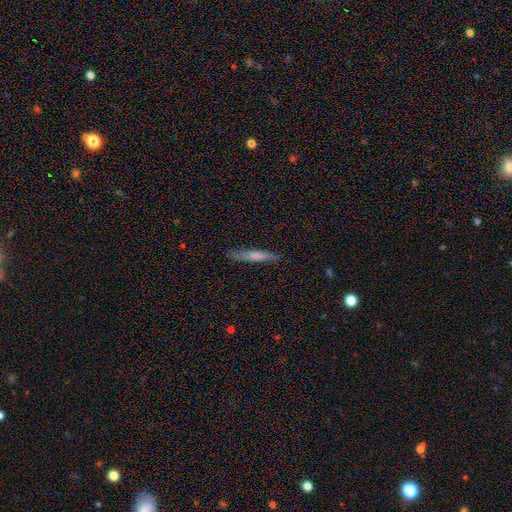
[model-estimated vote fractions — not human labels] This is likely a smooth galaxy (64%). How rounded: clearly cigar-shaped (93%). Merging: clearly none (85%).